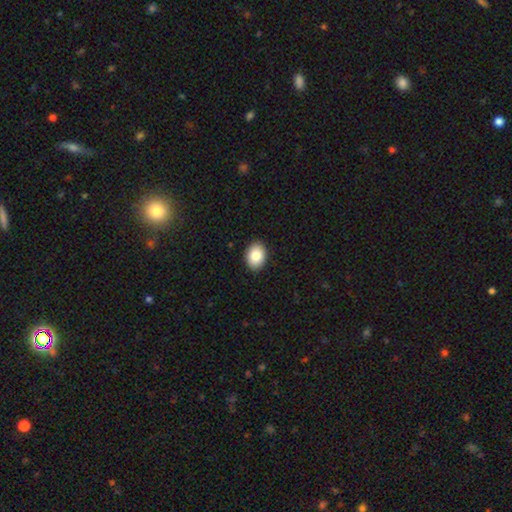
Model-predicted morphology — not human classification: Smooth or featured? Predicted: smooth (p=0.85). How rounded? Predicted: in between (p=0.73). Merging? Predicted: none (p=0.91).